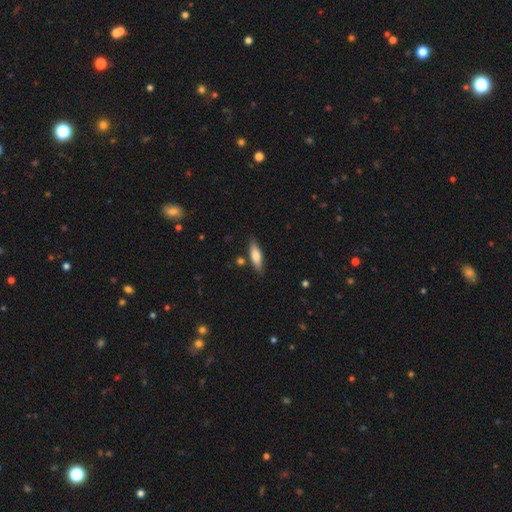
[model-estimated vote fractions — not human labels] A smooth galaxy with no disk features (71%) that is cigar-shaped (51%).

Vote fractions:
- Smooth or featured? smooth: 71% / featured or disk: 23% / star or artifact: 6%
- How rounded? cigar-shaped: 51% / in between: 47% / round: 2%
- Merging? none: 81% / minor disturbance: 13% / merger: 4% / major disturbance: 3%